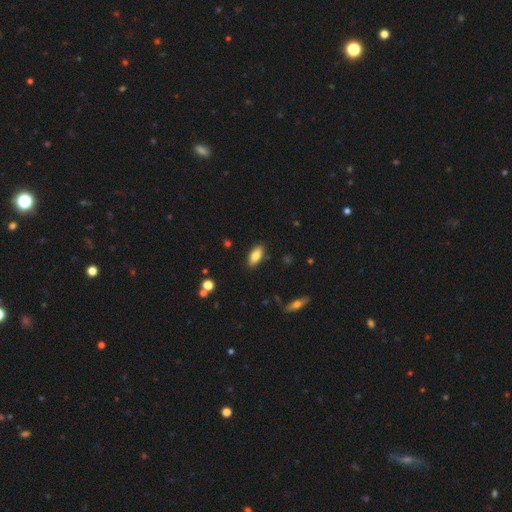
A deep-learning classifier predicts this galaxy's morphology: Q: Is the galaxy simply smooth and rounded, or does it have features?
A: smooth — 81%.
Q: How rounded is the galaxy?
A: in between — 89%.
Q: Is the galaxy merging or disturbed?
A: none — 86%.